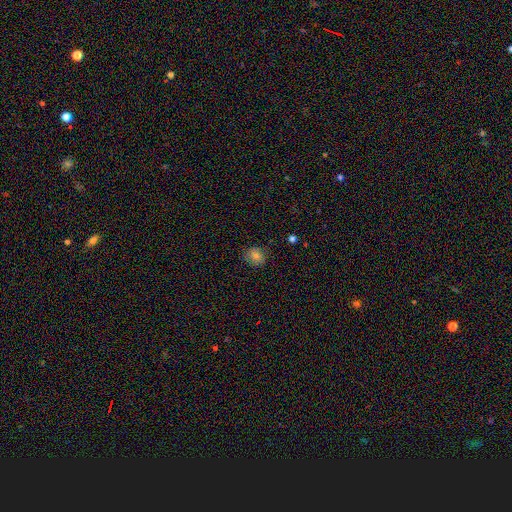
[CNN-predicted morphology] A smooth galaxy with no disk features (76%) that is round (78%). Merging: none (83%).